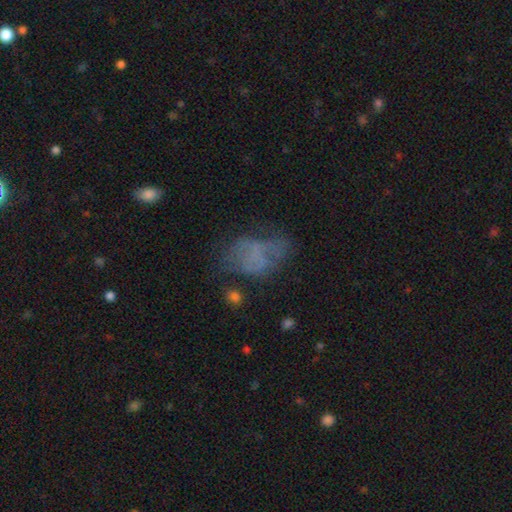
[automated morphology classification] The model was most divided on "smooth or featured": smooth: 41%, featured or disk: 40%, star or artifact: 19%. Remaining: merging — none (39%).